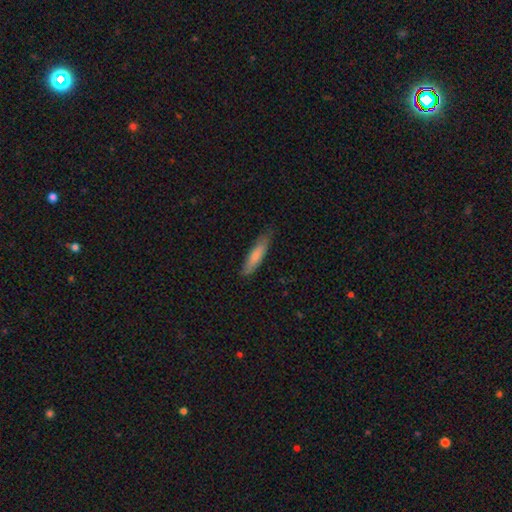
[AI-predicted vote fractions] Smooth or featured? Predicted: smooth (p=0.76). How rounded? Predicted: cigar-shaped (p=0.75). Merging? Predicted: none (p=0.79).